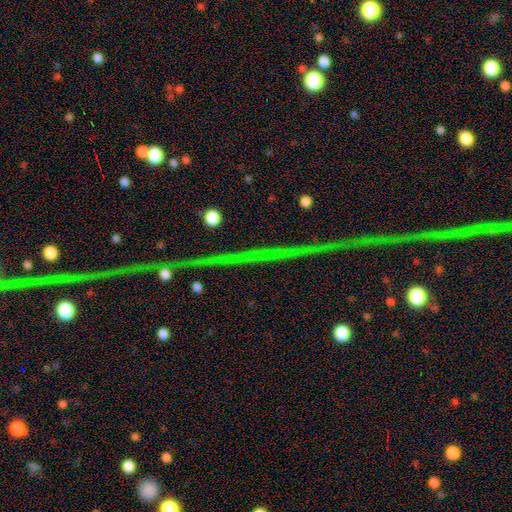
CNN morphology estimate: Smooth or featured?
  - star or artifact: 77% *
  - featured or disk: 15%
  - smooth: 9%